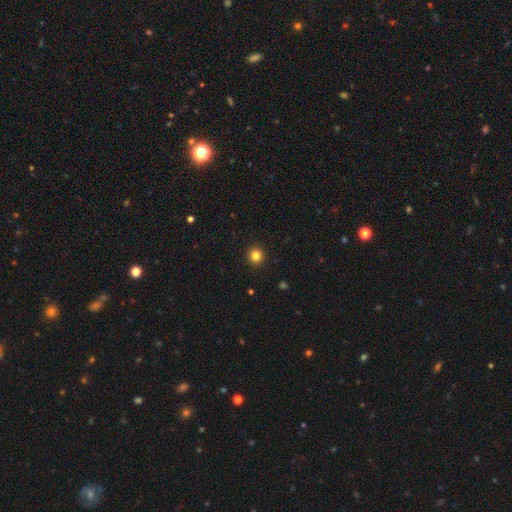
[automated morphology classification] This appears to be a smooth galaxy with no disk features (83%) that is round (92%). Merging: none (93%).